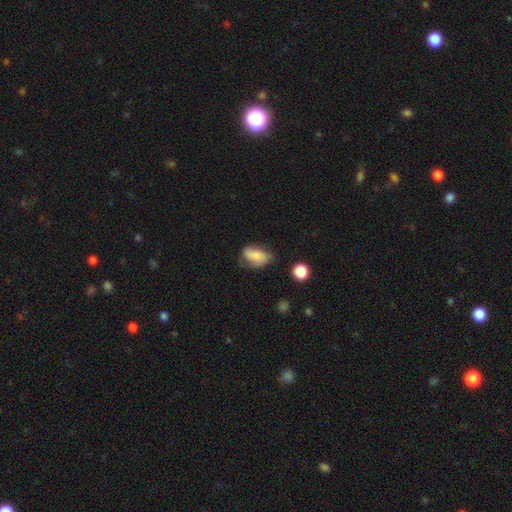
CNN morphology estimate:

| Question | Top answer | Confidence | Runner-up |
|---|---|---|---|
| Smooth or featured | smooth | 75% | featured or disk (16%) |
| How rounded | in between | 87% | round (9%) |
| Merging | none | 46% | minor disturbance (36%) |